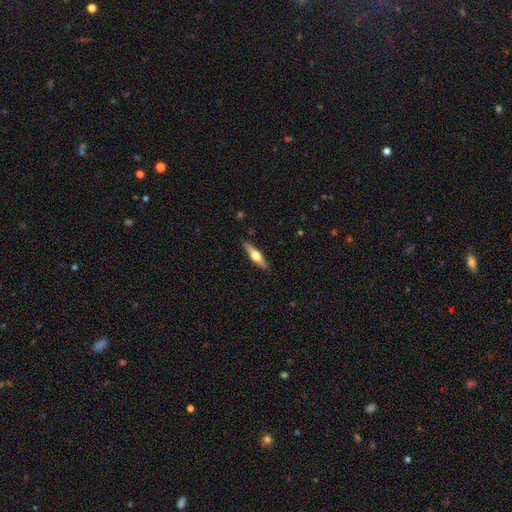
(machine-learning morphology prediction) Smooth or featured? featured or disk (49%)
Merging? none (89%)